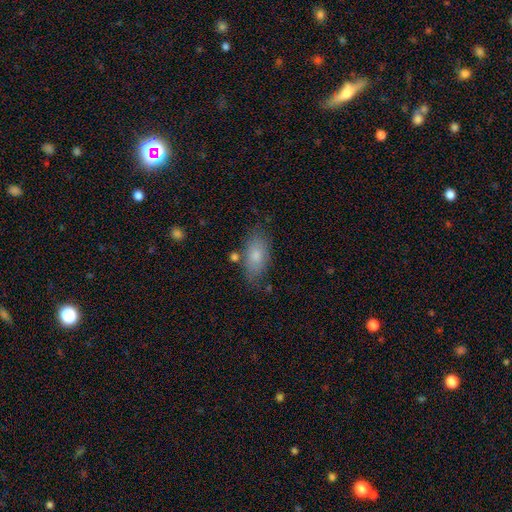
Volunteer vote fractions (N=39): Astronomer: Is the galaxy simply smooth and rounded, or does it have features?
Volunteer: smooth — 85%.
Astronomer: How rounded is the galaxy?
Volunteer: in between — 79%.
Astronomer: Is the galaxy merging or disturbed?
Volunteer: none — 66%.